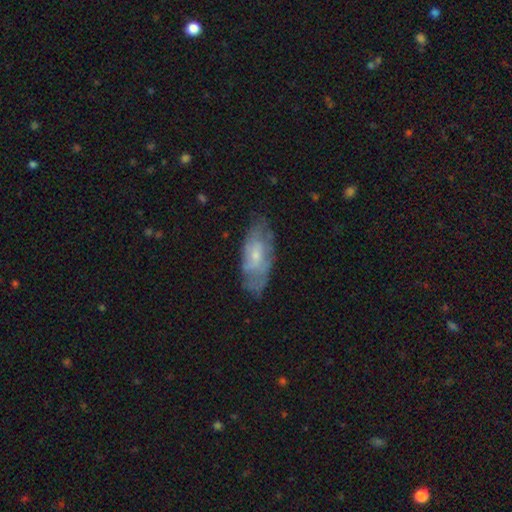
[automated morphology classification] Smooth or featured? featured or disk (52%)
Edge-on disk? no (86%)
Merging? none (63%)